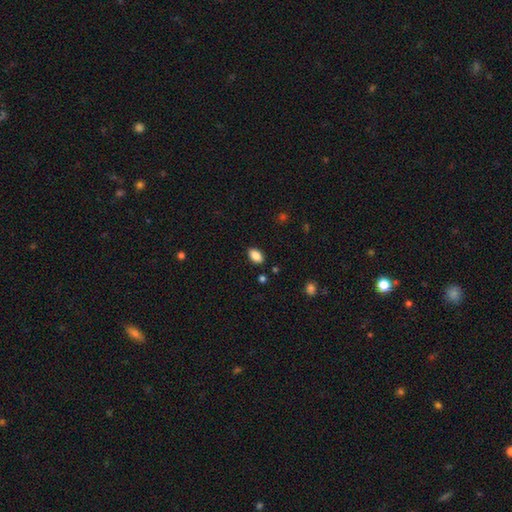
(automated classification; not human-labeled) Q: Smooth or featured?
A: smooth (86%); runner-up: star or artifact (8%)
Q: How rounded?
A: in between (92%); runner-up: round (6%)
Q: Merging?
A: none (87%); runner-up: minor disturbance (9%)